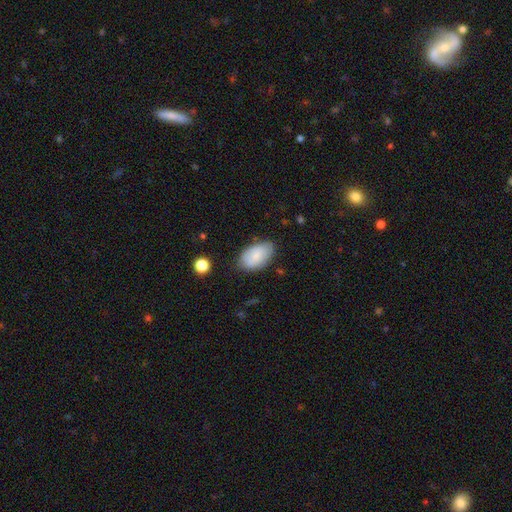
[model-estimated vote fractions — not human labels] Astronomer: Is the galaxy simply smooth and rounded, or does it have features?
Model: smooth — 80%.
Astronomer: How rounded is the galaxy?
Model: in between — 94%.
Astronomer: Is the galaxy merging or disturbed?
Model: none — 75%.